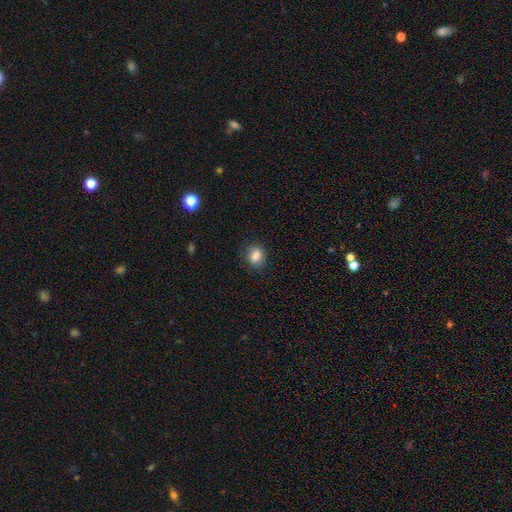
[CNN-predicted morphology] Smooth or featured? Predicted: smooth (p=0.83). How rounded? Predicted: round (p=0.59). Merging? Predicted: none (p=0.84).